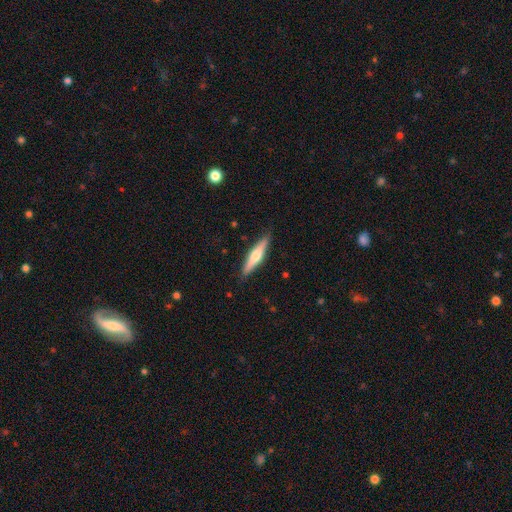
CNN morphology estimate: A featured or disk galaxy (53%) viewed edge-on (96%) with a rounded central bulge (87%). Merging: none (88%).